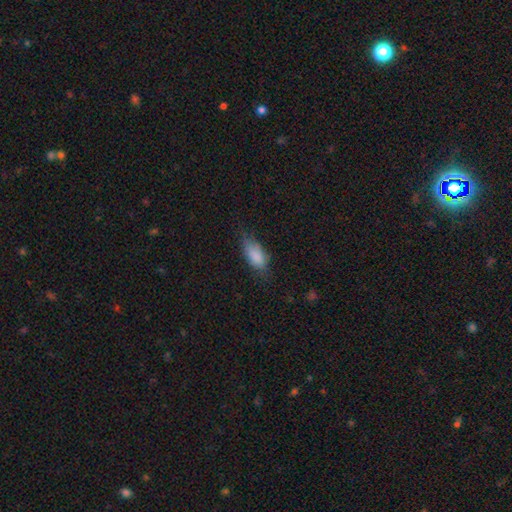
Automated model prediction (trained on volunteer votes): Morphology: type=smooth (81%); roundness=in between (86%); merging=none (54%).